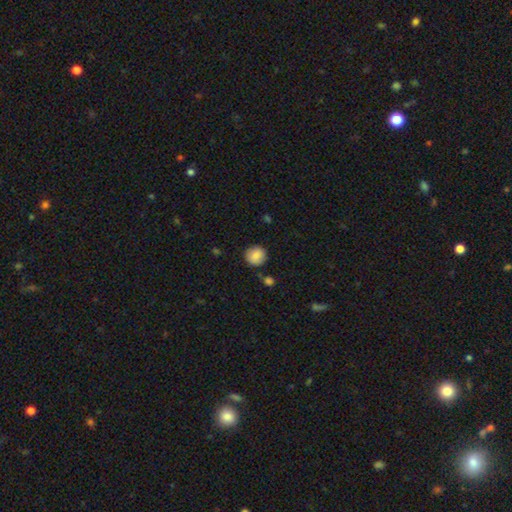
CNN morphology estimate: This appears to be a smooth galaxy with no disk features (86%) that is round (90%). Merging: none (86%).